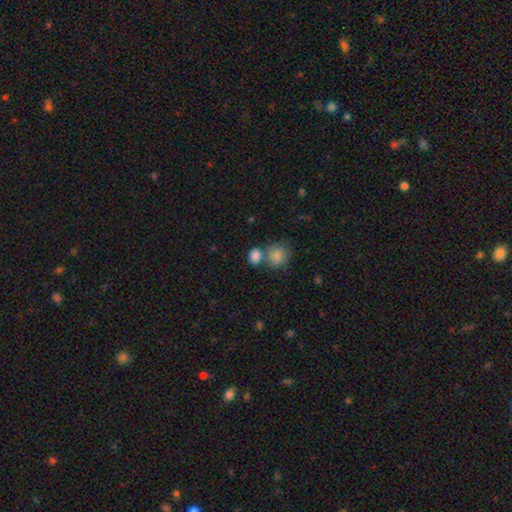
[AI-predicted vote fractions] Smooth or featured? Predicted: smooth (p=0.85). How rounded? Predicted: in between (p=0.58). Merging? Predicted: none (p=0.46).